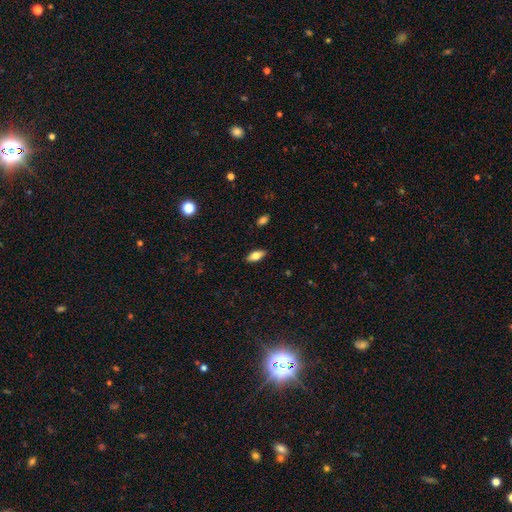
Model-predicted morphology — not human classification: Q: Smooth or featured?
A: smooth (74%); runner-up: featured or disk (19%)
Q: How rounded?
A: in between (84%); runner-up: cigar-shaped (13%)
Q: Merging?
A: none (88%); runner-up: minor disturbance (9%)